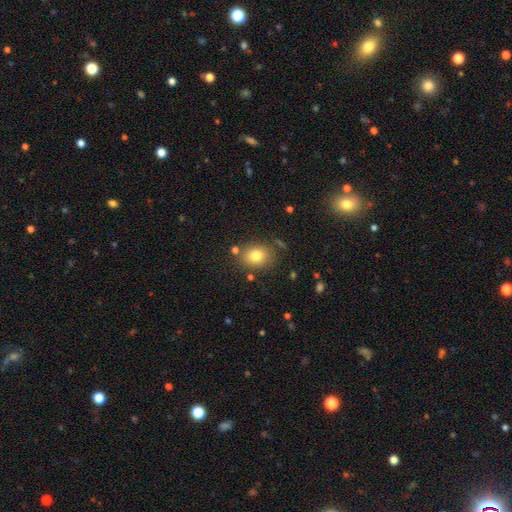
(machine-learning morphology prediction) Overall: smooth (79%). How rounded: round (50%; in between 49%). Merging: none (80%).